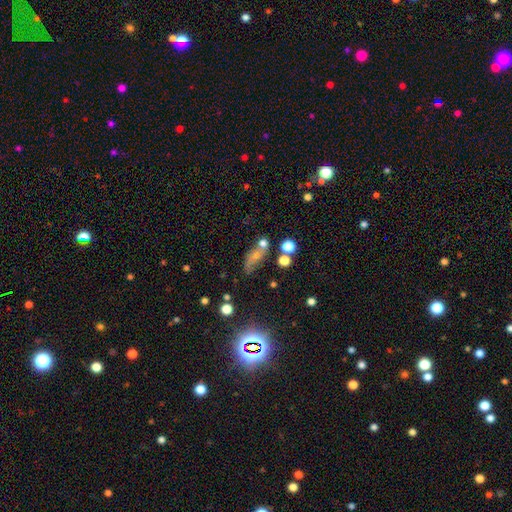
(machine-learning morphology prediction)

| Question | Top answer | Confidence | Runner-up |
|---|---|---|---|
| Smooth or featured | smooth | 53% | featured or disk (32%) |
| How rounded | in between | 63% | cigar-shaped (22%) |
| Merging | none | 43% | merger (23%) |